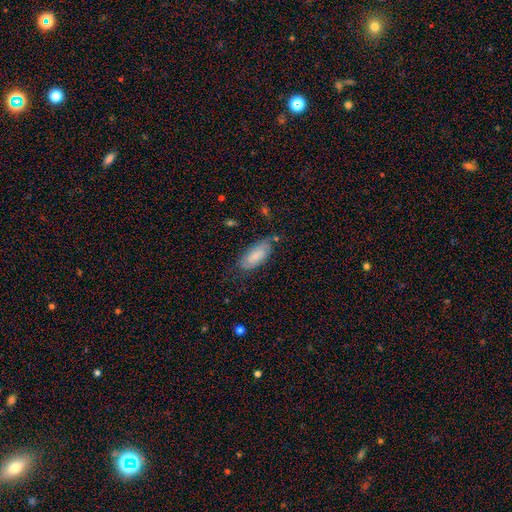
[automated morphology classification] Smooth or featured? Predicted: smooth (p=0.70). How rounded? Predicted: in between (p=0.87). Merging? Predicted: none (p=0.65).